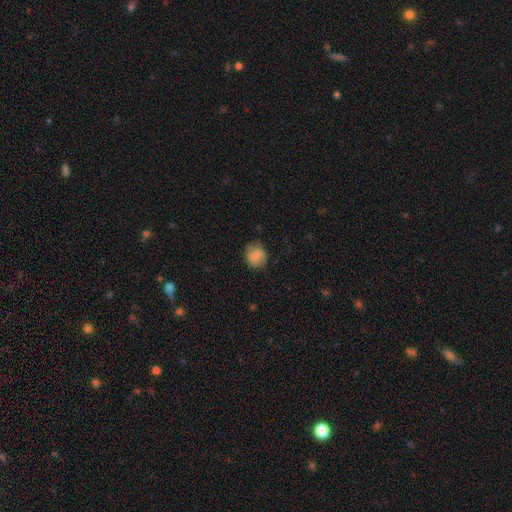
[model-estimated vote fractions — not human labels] Q: Smooth or featured?
A: smooth (78%); runner-up: featured or disk (13%)
Q: How rounded?
A: round (66%); runner-up: in between (33%)
Q: Merging?
A: none (73%); runner-up: minor disturbance (20%)